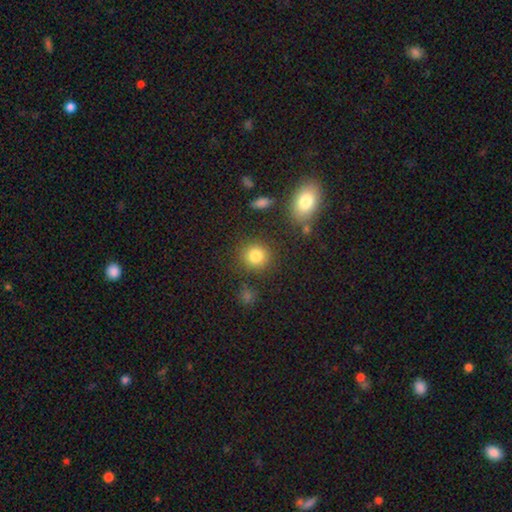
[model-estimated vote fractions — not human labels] Smooth or featured? Predicted: smooth (p=0.83). How rounded? Predicted: round (p=0.87). Merging? Predicted: none (p=0.85).